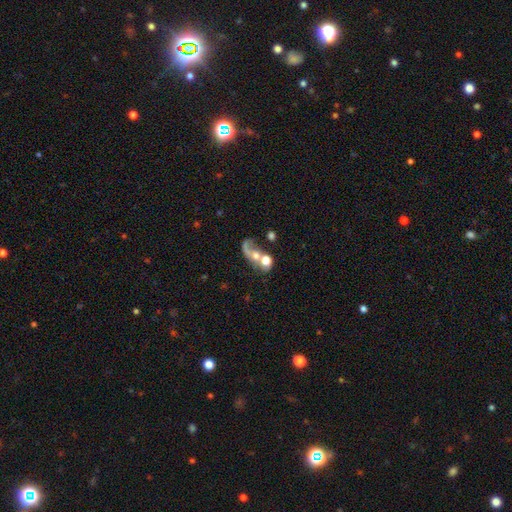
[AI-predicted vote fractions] Overall: featured or disk (45%; smooth 42%). Merging: merger (54%; major disturbance 20%).